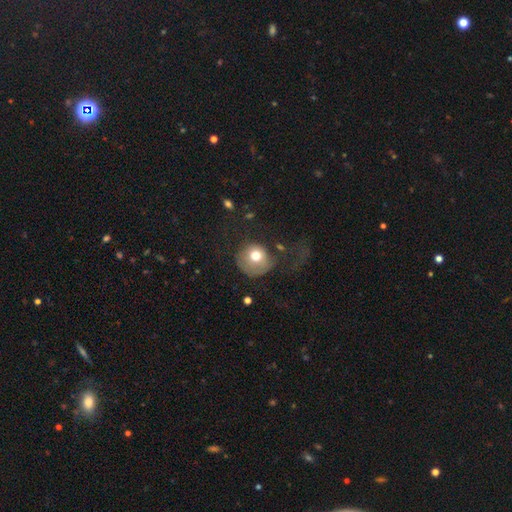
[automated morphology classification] Smooth or featured? Predicted: smooth (p=0.71). How rounded? Predicted: round (p=0.87). Merging? Predicted: major disturbance (p=0.40).